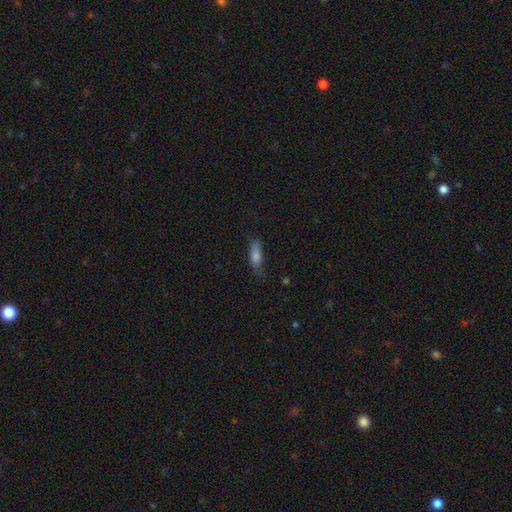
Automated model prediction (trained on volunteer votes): smooth 75%, featured or disk 16%, star or artifact 9%. Down the decision tree: how rounded — in between (50%); merging — none (63%).